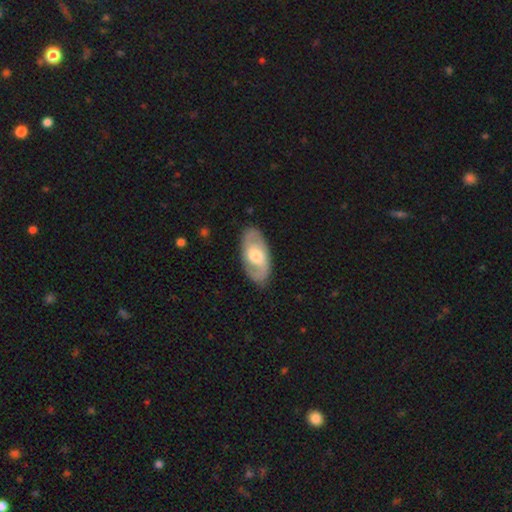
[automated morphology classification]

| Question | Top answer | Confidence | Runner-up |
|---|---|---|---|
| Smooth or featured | featured or disk | 67% | smooth (29%) |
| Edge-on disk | no | 93% | yes (7%) |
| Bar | no | 53% | weak (37%) |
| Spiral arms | yes | 76% | no (24%) |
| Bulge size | moderate | 66% | small (18%) |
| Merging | none | 85% | minor disturbance (11%) |